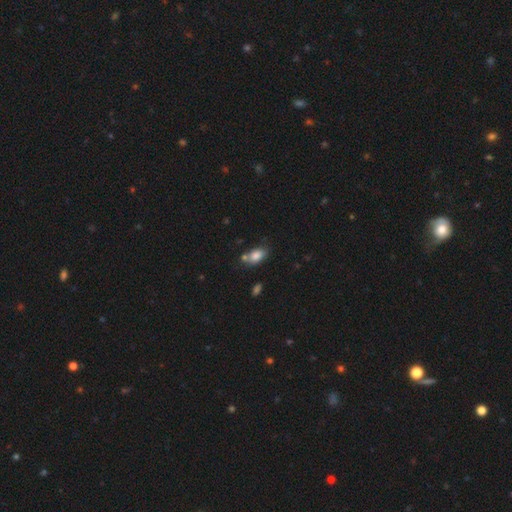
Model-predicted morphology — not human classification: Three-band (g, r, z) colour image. It shows a smooth galaxy with no disk features (83%) that is in between round and cigar-shaped (86%). Merging: none (60%).